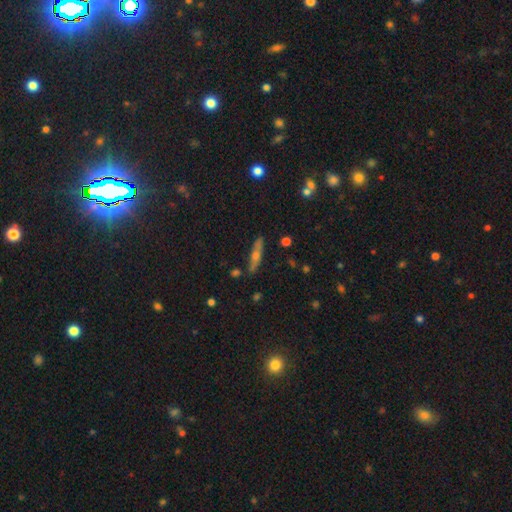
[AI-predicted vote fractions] This is possibly a featured or disk galaxy (52%). It is clearly viewed edge-on (86%). Merging: clearly none (83%).